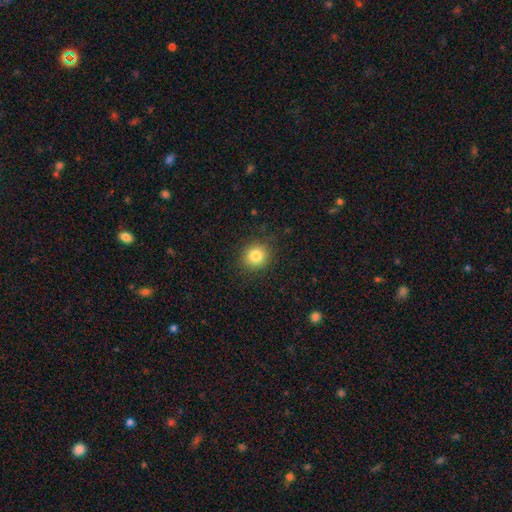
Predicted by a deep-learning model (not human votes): A smooth galaxy with no disk features (83%) that is round (86%).

Vote fractions:
- Smooth or featured? smooth: 83% / star or artifact: 11% / featured or disk: 6%
- How rounded? round: 86% / in between: 13% / cigar-shaped: 1%
- Merging? none: 89% / minor disturbance: 8% / major disturbance: 2% / merger: 1%